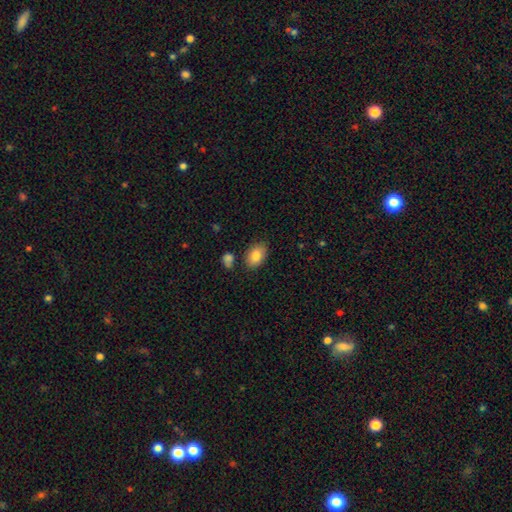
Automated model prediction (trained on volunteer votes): A smooth galaxy with no disk features (84%) that is in between round and cigar-shaped (87%).

Vote fractions:
- Smooth or featured? smooth: 84% / featured or disk: 9% / star or artifact: 7%
- How rounded? in between: 87% / round: 12% / cigar-shaped: 1%
- Merging? none: 79% / minor disturbance: 13% / merger: 5% / major disturbance: 3%